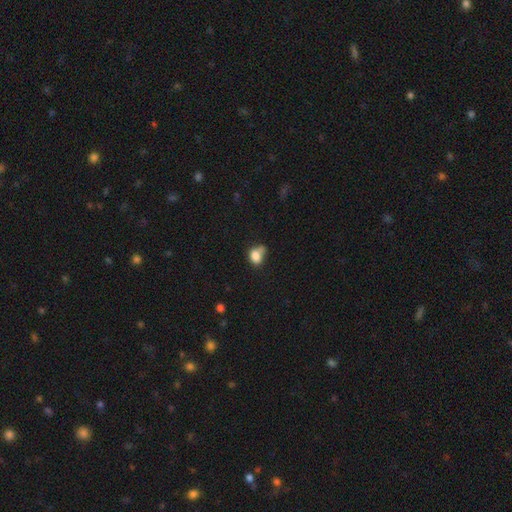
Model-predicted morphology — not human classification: Smooth or featured?
  - smooth: 80% *
  - star or artifact: 10%
  - featured or disk: 10%
How rounded?
  - in between: 56% *
  - round: 42%
  - cigar-shaped: 1%
Merging?
  - none: 34% *
  - minor disturbance: 32%
  - merger: 19%
  - major disturbance: 14%